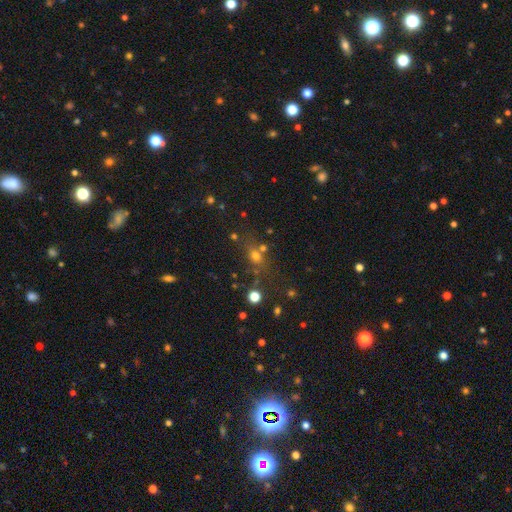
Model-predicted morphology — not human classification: smooth-or-featured: smooth: 64% | star or artifact: 23% | featured or disk: 13%
  how-rounded: round: 58% | in between: 37% | cigar-shaped: 4%
  merging: none: 64% | merger: 15% | minor disturbance: 14% | major disturbance: 7%